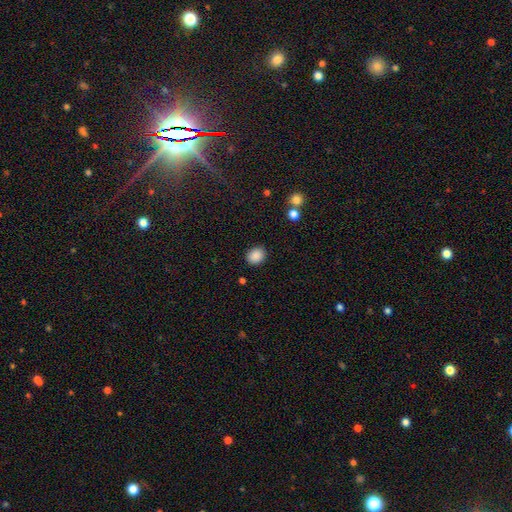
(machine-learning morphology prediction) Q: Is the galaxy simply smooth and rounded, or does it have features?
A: smooth — 88%.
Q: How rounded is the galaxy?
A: round — 63%.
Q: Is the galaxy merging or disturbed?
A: none — 88%.